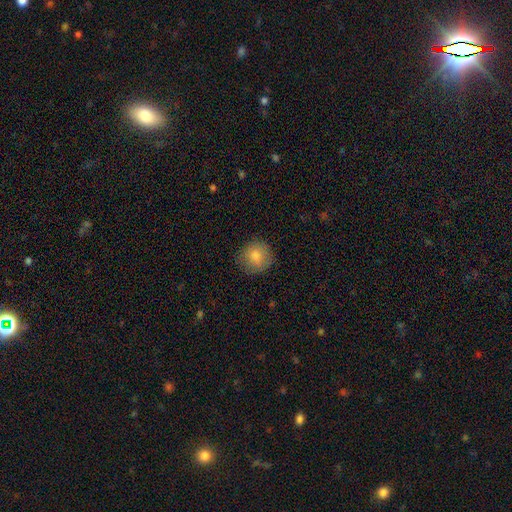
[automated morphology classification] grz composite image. It shows a smooth galaxy with no disk features (80%) that is round (92%). Merging: none (85%).